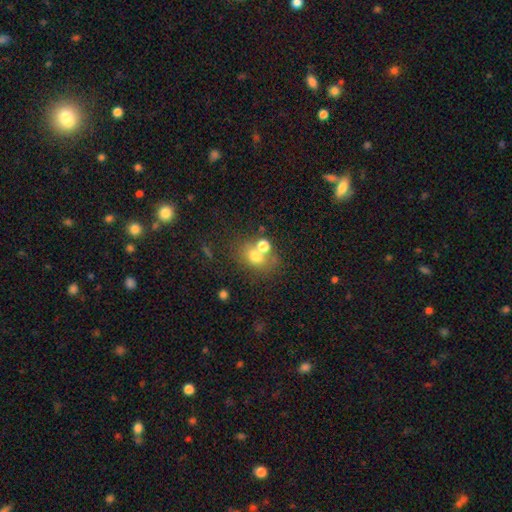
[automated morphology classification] smooth_or_featured: smooth (p=0.69) [alt: featured or disk p=0.16]
how_rounded: round (p=0.54) [alt: in between p=0.44]
merging: none (p=0.47) [alt: merger p=0.36]